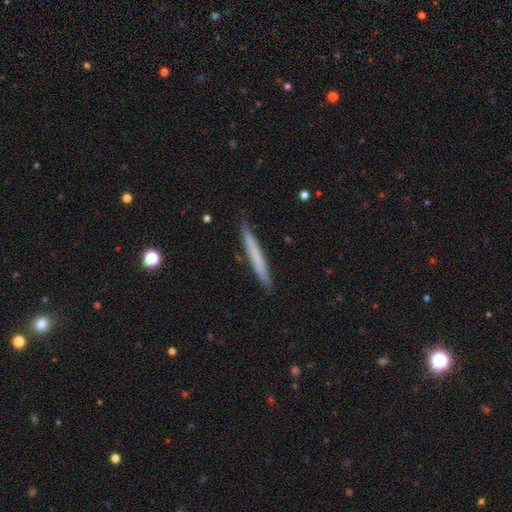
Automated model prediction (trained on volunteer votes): Smooth or featured: smooth — 61% (featured or disk — 34%)
How rounded: cigar-shaped — 97% (in between — 2%)
Merging: none — 89% (minor disturbance — 8%)